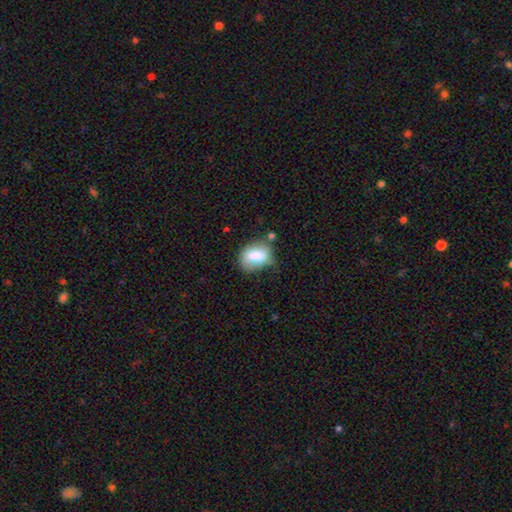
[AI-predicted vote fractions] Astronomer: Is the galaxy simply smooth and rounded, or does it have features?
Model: smooth — 76%.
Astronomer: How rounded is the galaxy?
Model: in between — 70%.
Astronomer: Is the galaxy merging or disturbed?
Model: none — 52% (runner-up: minor disturbance, 31%).